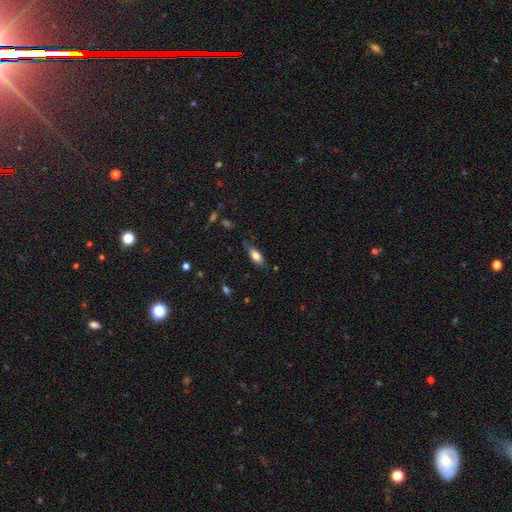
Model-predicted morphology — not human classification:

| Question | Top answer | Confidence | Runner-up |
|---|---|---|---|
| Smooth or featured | smooth | 74% | featured or disk (18%) |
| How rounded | in between | 74% | cigar-shaped (24%) |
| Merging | none | 72% | minor disturbance (21%) |